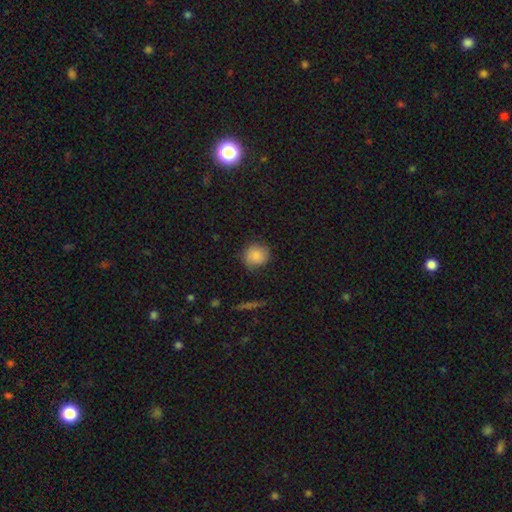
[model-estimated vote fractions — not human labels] Smooth or featured?
  - smooth: 85% *
  - star or artifact: 9%
  - featured or disk: 7%
How rounded?
  - round: 87% *
  - in between: 12%
  - cigar-shaped: 1%
Merging?
  - none: 81% *
  - minor disturbance: 15%
  - major disturbance: 3%
  - merger: 1%